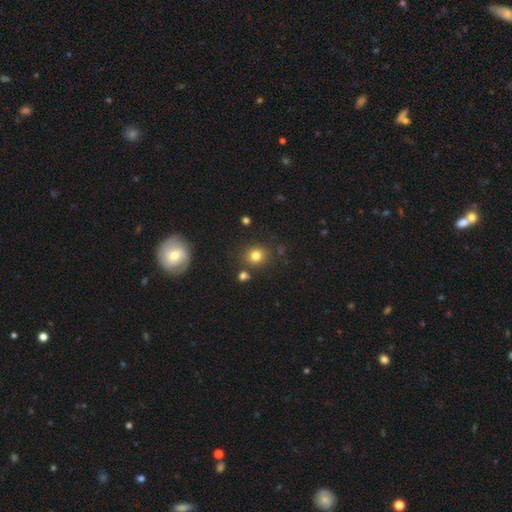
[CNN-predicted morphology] Smooth or featured: smooth — 78% (star or artifact — 14%)
How rounded: round — 83% (in between — 16%)
Merging: none — 81% (minor disturbance — 9%)